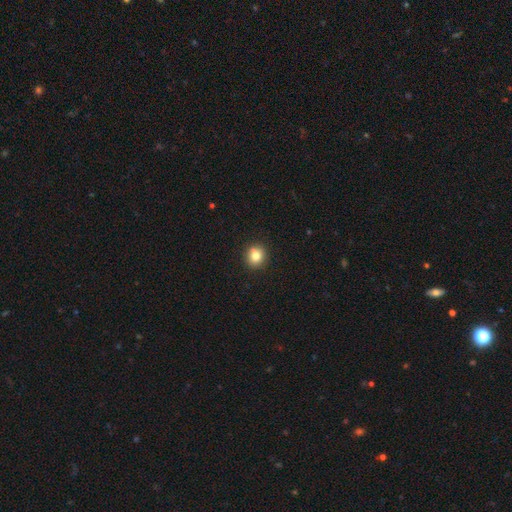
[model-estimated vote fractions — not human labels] Smooth or featured: smooth — 80% (star or artifact — 11%)
How rounded: round — 85% (in between — 14%)
Merging: none — 82% (minor disturbance — 10%)